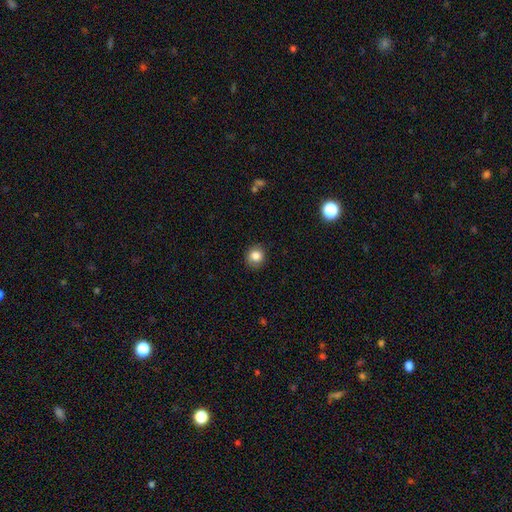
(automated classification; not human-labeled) smooth_or_featured: smooth (p=0.83) [alt: star or artifact p=0.10]
how_rounded: round (p=0.84) [alt: in between p=0.15]
merging: none (p=0.87) [alt: minor disturbance p=0.10]